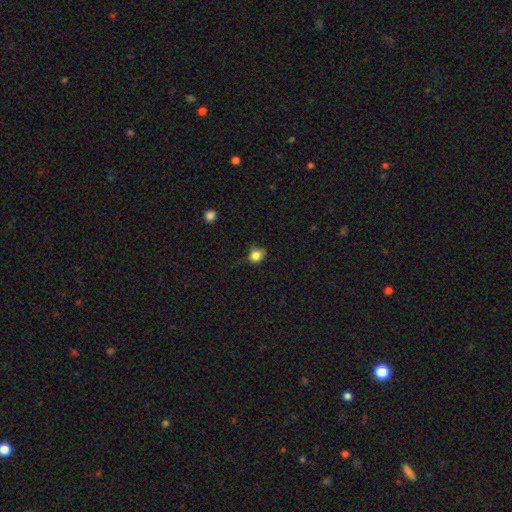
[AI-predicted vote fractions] A smooth galaxy with no disk features (82%) that is round (68%).

Vote fractions:
- Smooth or featured? smooth: 82% / star or artifact: 11% / featured or disk: 7%
- How rounded? round: 68% / in between: 31% / cigar-shaped: 1%
- Merging? none: 57% / minor disturbance: 32% / major disturbance: 9% / merger: 2%